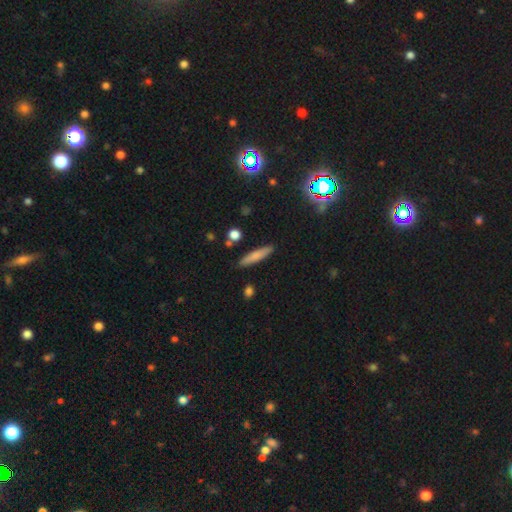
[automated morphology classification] A smooth galaxy with no disk features (73%) that is cigar-shaped (86%).

Vote fractions:
- Smooth or featured? smooth: 73% / featured or disk: 19% / star or artifact: 8%
- How rounded? cigar-shaped: 86% / in between: 12% / round: 2%
- Merging? none: 87% / minor disturbance: 8% / merger: 3% / major disturbance: 2%